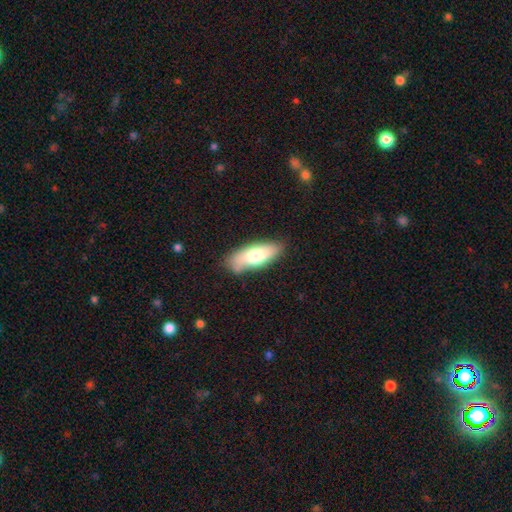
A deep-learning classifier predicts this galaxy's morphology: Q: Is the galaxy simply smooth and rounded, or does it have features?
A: smooth — 68%.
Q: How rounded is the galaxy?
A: in between — 71%.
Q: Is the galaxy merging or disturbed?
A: none — 73%.